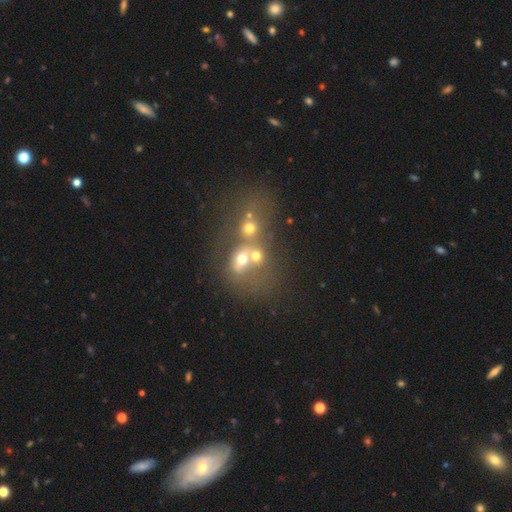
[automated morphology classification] This is possibly a smooth galaxy (54%). How rounded: possibly round (55%). Merging: possibly merger (57%).